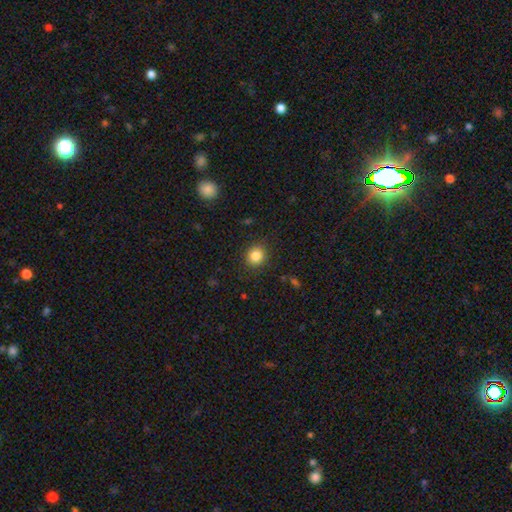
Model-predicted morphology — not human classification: smooth 84%, star or artifact 11%, featured or disk 5%. Down the decision tree: how rounded — round (83%); merging — none (89%).